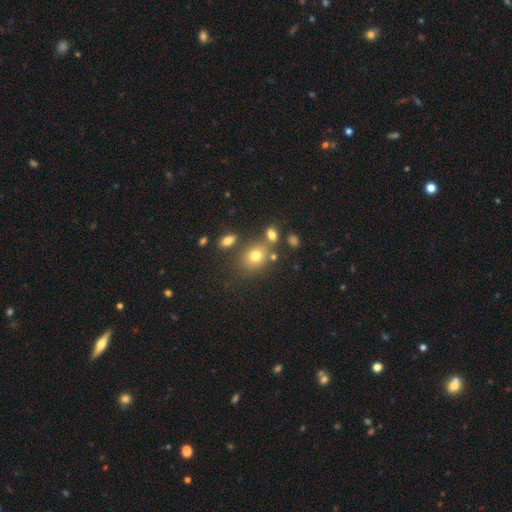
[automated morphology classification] A smooth galaxy with no disk features (74%) that is round (57%). Merging: none (66%).